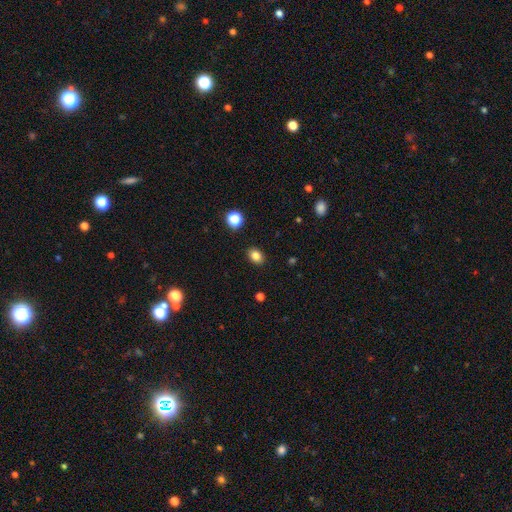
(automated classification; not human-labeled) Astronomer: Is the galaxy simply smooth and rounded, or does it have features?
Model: smooth — 83%.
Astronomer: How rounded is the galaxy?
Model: in between — 68%.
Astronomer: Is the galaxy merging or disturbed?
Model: none — 89%.